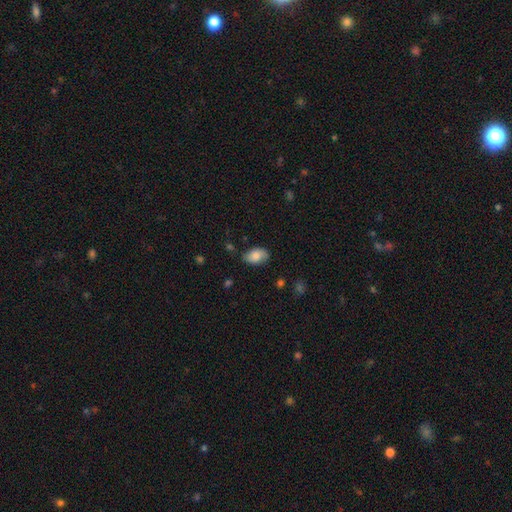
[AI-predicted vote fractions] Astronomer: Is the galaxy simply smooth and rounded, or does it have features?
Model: smooth — 81%.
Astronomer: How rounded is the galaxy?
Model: in between — 91%.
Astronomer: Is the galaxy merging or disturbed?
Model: none — 74%.